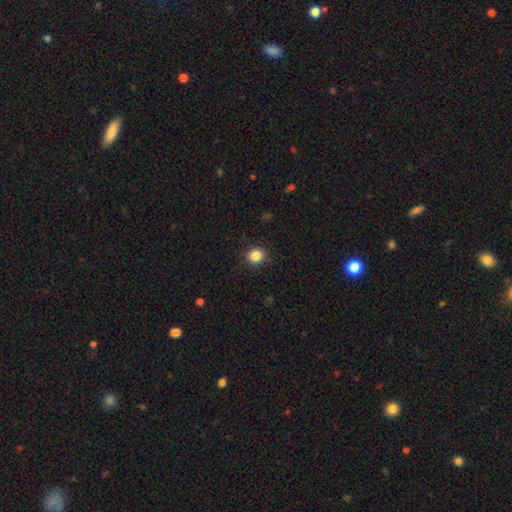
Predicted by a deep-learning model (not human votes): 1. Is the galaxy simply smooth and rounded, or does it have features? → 86% smooth, 10% star or artifact, 4% featured or disk.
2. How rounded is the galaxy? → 83% round, 16% in between, 1% cigar-shaped.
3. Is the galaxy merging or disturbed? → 88% none, 8% minor disturbance, 2% major disturbance, 1% merger.